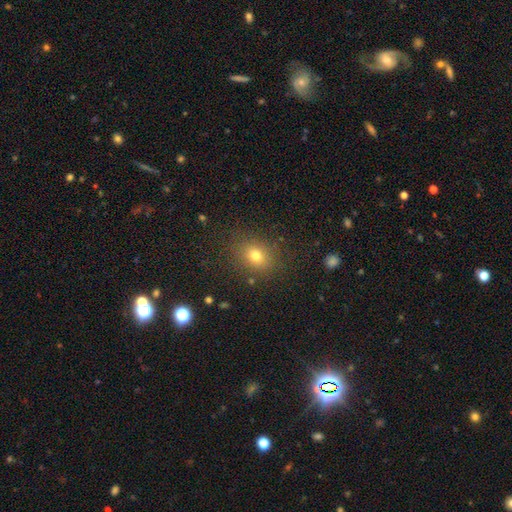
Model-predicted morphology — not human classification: Smooth or featured? smooth (75%)
How rounded? in between (52%)
Merging? none (83%)